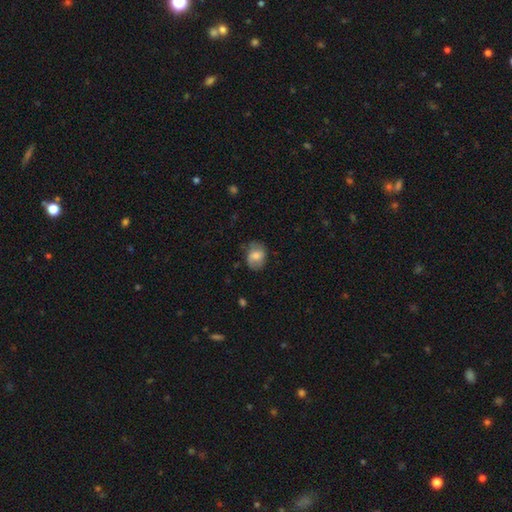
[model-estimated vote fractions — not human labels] Smooth or featured? Predicted: smooth (p=0.65). How rounded? Predicted: in between (p=0.53). Merging? Predicted: none (p=0.66).